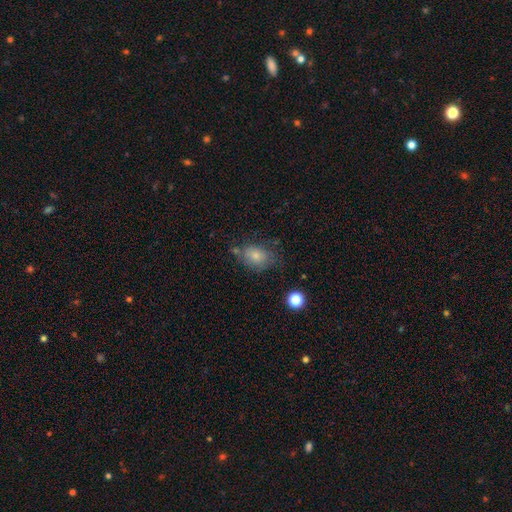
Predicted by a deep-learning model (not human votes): The model was most divided on "how rounded": in between: 61%, round: 38%, cigar-shaped: 1%. More confident: smooth or featured — smooth (78%); merging — none (58%).